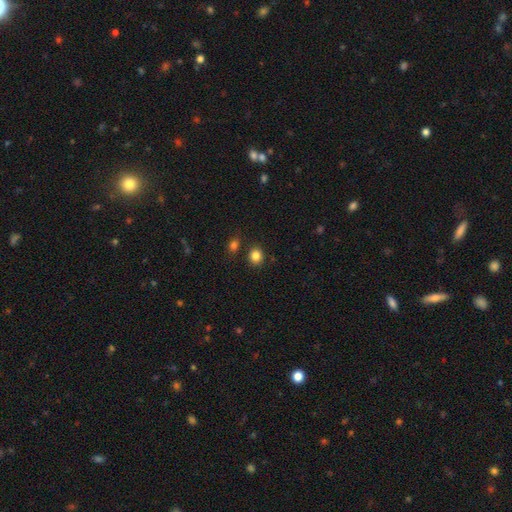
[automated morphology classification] Smooth or featured? smooth (84%)
How rounded? round (75%)
Merging? none (83%)